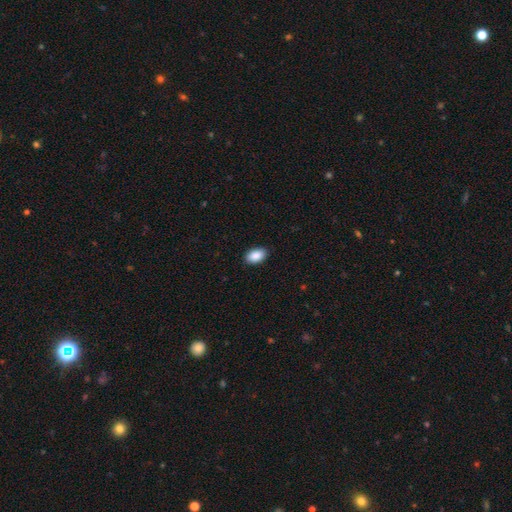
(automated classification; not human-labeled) Smooth or featured? Predicted: smooth (p=0.90). How rounded? Predicted: in between (p=0.92). Merging? Predicted: none (p=0.90).